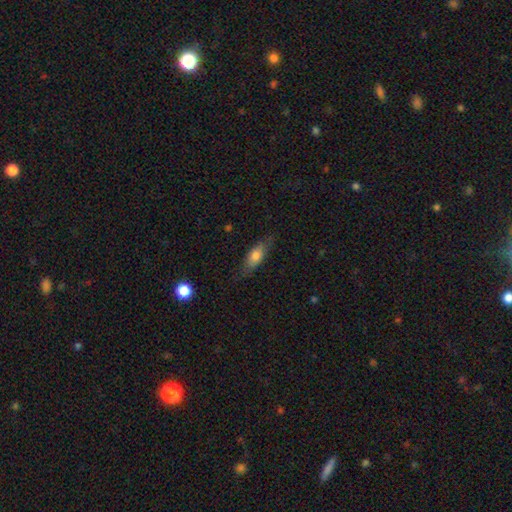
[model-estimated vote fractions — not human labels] Overall: smooth (70%). How rounded: in between (71%). Merging: none (75%).